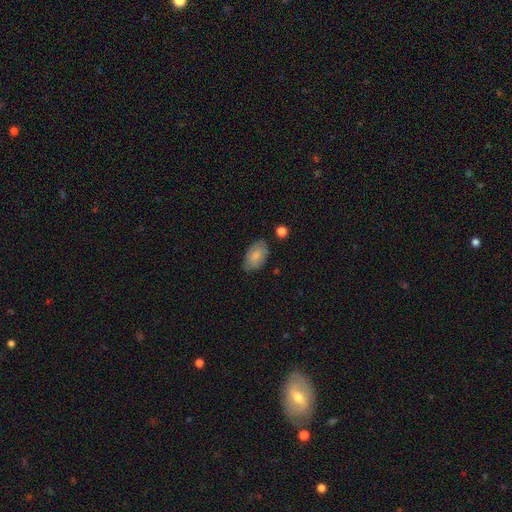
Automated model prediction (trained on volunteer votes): This is likely a smooth galaxy (79%). How rounded: clearly in between (92%). Merging: likely none (71%).